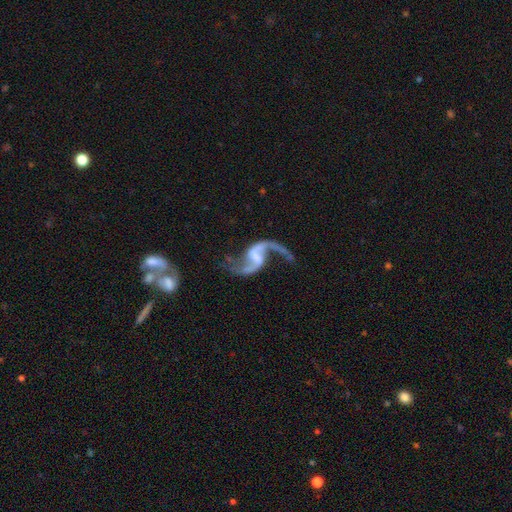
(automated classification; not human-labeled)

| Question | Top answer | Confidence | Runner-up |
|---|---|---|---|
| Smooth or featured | featured or disk | 93% | star or artifact (4%) |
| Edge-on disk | no | 98% | yes (2%) |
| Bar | weak | 47% | strong (32%) |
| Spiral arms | yes | 97% | no (3%) |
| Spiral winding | loose | 87% | medium (10%) |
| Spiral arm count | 2 | 94% | 1 (2%) |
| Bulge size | none | 55% | small (25%) |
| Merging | none | 71% | minor disturbance (13%) |